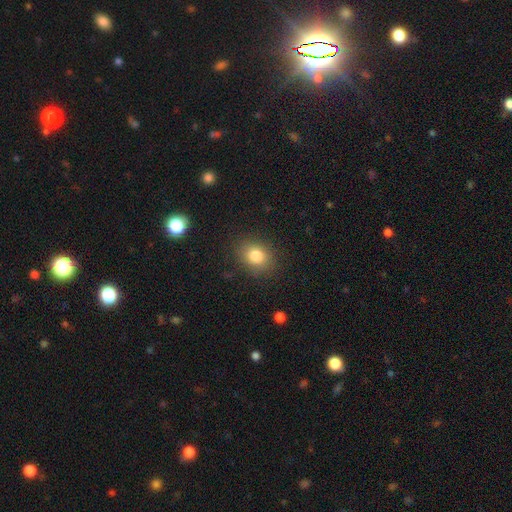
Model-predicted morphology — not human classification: A smooth galaxy with no disk features (82%) that is round (54%). Merging: none (85%).